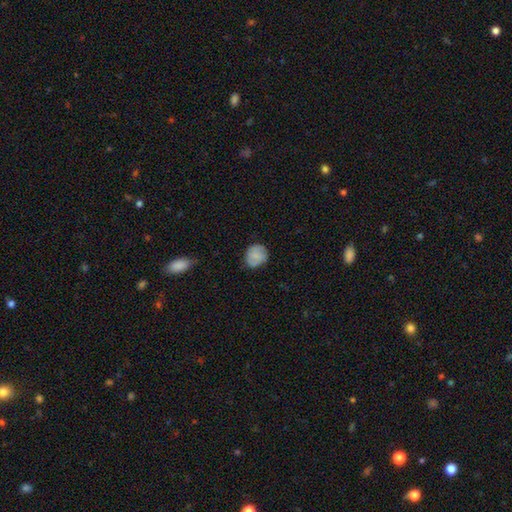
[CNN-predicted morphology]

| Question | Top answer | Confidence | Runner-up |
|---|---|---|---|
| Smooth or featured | smooth | 75% | featured or disk (17%) |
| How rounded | round | 78% | in between (21%) |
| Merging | none | 75% | minor disturbance (20%) |